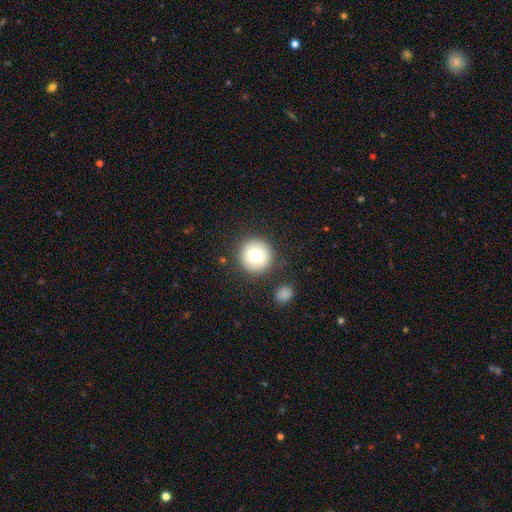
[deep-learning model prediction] Overall: smooth (77%). How rounded: round (95%). Merging: none (86%).